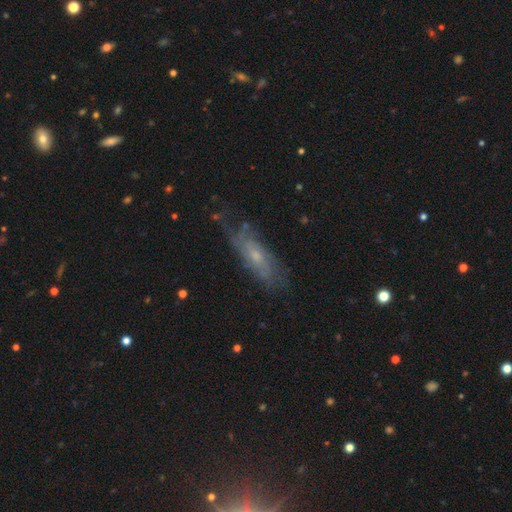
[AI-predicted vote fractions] featured or disk 58%, smooth 33%, star or artifact 9%. Down the decision tree: edge-on disk — no (74%); merging — none (65%).